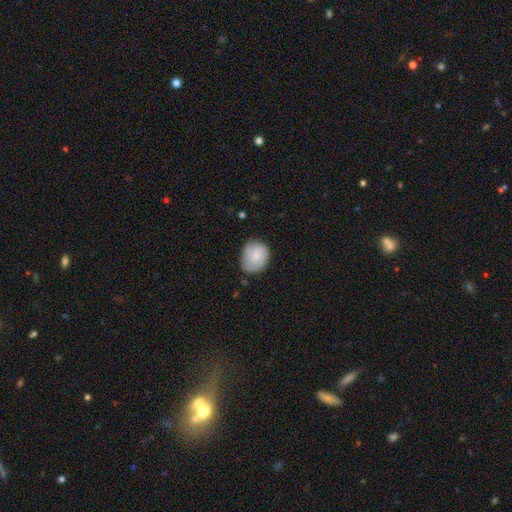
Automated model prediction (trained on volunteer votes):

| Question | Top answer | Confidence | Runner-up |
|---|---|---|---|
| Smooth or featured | smooth | 57% | featured or disk (37%) |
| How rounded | round | 63% | in between (36%) |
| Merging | none | 67% | minor disturbance (26%) |